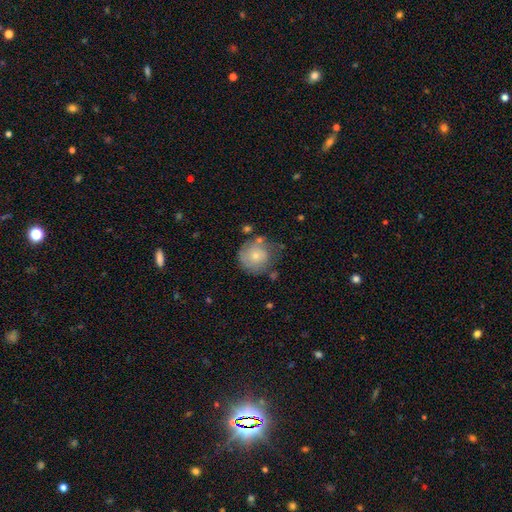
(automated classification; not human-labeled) Smooth or featured: smooth — 55% (featured or disk — 38%)
How rounded: round — 88% (in between — 11%)
Merging: none — 55% (minor disturbance — 25%)